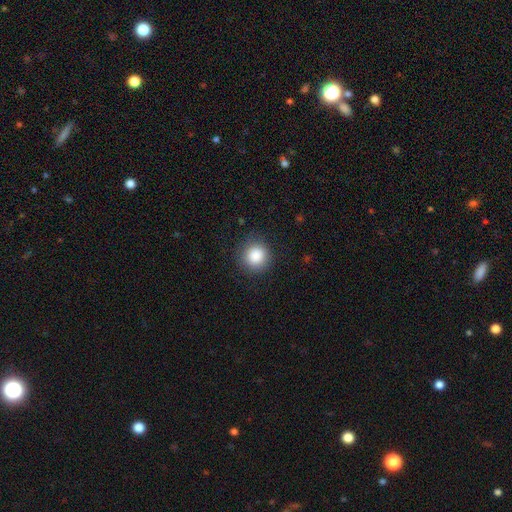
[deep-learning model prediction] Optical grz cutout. It shows a smooth galaxy with no disk features (86%) that is round (93%). Merging: none (87%).